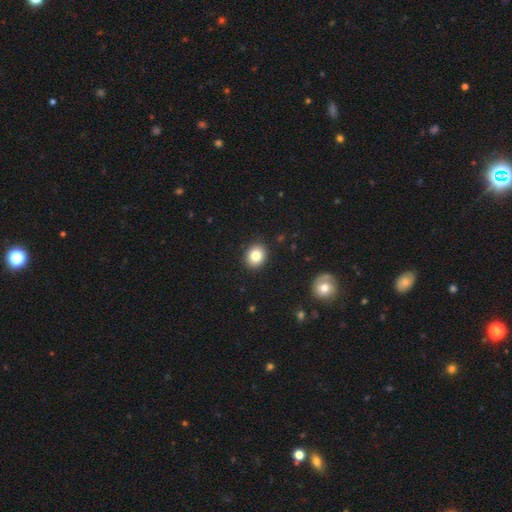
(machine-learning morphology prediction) Q: Smooth or featured?
A: smooth (83%); runner-up: star or artifact (10%)
Q: How rounded?
A: round (63%); runner-up: in between (37%)
Q: Merging?
A: none (91%); runner-up: minor disturbance (6%)